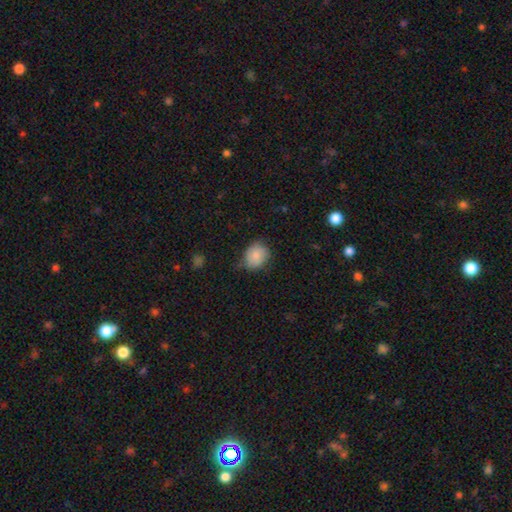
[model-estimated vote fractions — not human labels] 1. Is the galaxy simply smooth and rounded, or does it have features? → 82% smooth, 10% featured or disk, 8% star or artifact.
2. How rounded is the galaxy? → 60% round, 39% in between, 1% cigar-shaped.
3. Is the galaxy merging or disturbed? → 63% none, 29% minor disturbance, 6% major disturbance, 2% merger.